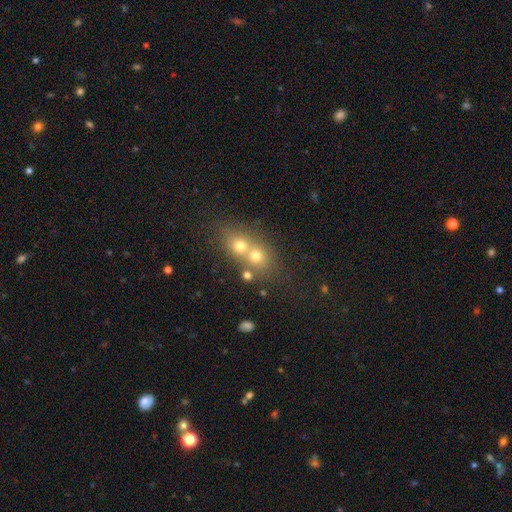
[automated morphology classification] smooth_or_featured: smooth (p=0.65) [alt: featured or disk p=0.19]
how_rounded: round (p=0.69) [alt: in between p=0.30]
merging: merger (p=0.62) [alt: none p=0.29]